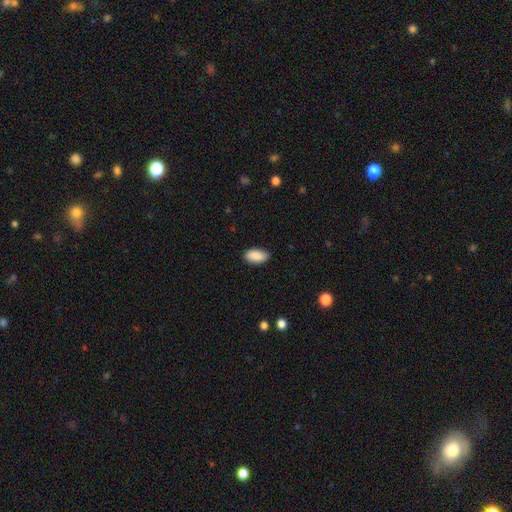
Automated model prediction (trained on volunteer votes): This appears to be a smooth galaxy with no disk features (88%) that is in between round and cigar-shaped (94%). Merging: none (85%).